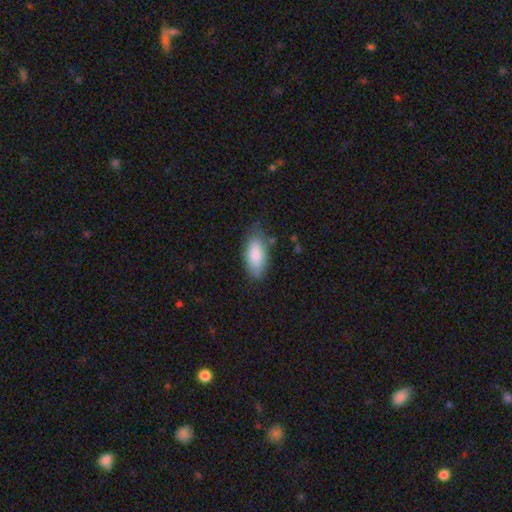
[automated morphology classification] smooth_or_featured: smooth (p=0.86) [alt: featured or disk p=0.08]
how_rounded: in between (p=0.88) [alt: cigar-shaped p=0.10]
merging: none (p=0.71) [alt: minor disturbance p=0.21]